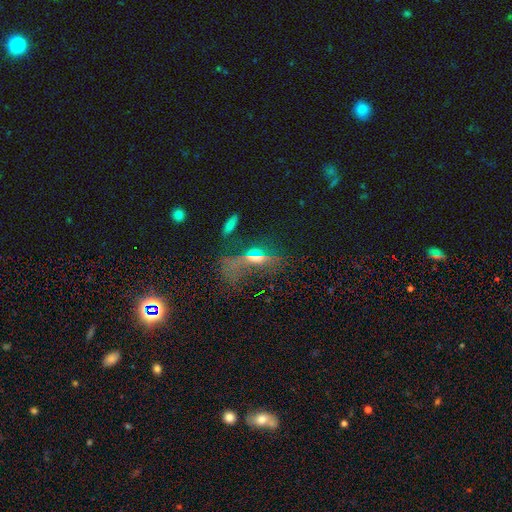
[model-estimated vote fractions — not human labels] This appears to be a smooth galaxy with no disk features (35%). Merging: none (49%).